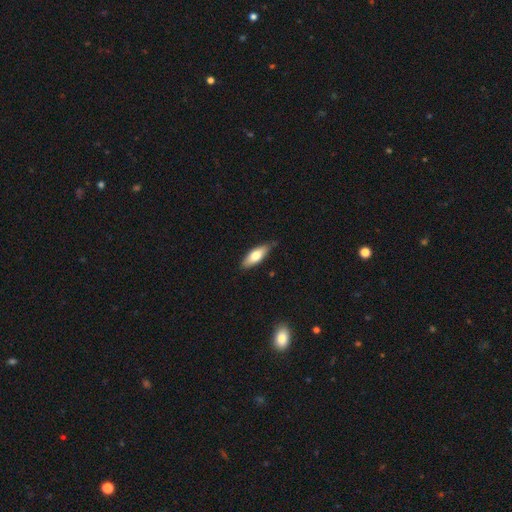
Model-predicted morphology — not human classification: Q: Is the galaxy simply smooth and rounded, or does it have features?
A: smooth — 70%.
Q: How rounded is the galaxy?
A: in between — 67%.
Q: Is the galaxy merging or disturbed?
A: none — 80%.